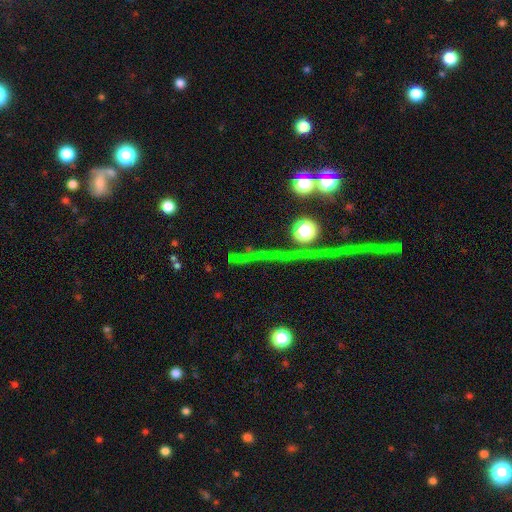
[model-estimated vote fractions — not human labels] This is likely a star or artifact rather than a galaxy (62%).